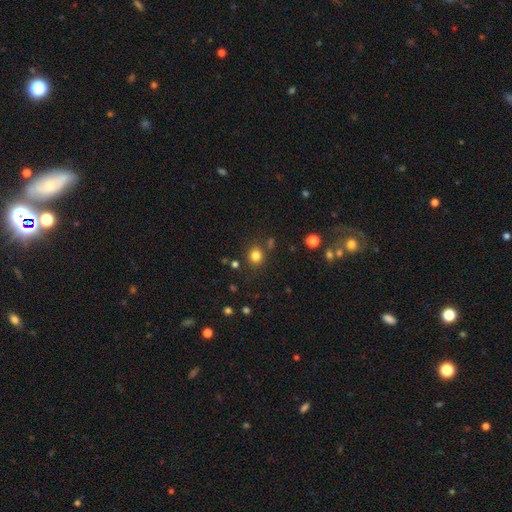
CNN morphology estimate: smooth_or_featured: smooth (p=0.81) [alt: star or artifact p=0.14]
how_rounded: round (p=0.83) [alt: in between p=0.16]
merging: none (p=0.81) [alt: minor disturbance p=0.09]